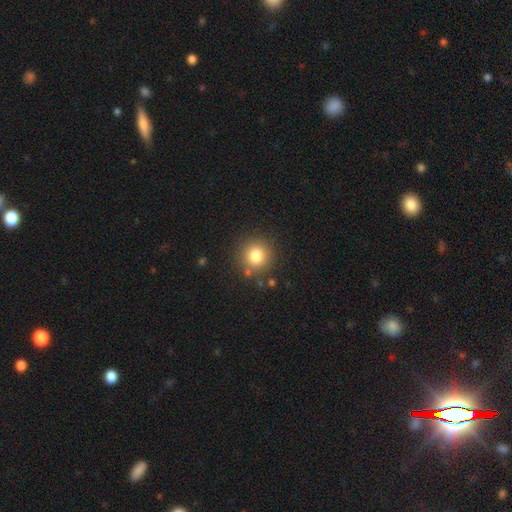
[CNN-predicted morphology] smooth 82%, star or artifact 11%, featured or disk 7%. Down the decision tree: how rounded — round (93%); merging — none (85%).